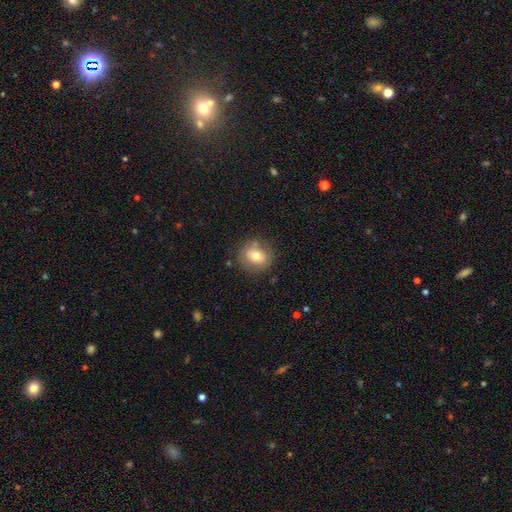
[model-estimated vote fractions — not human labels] smooth_or_featured: smooth (p=0.69) [alt: featured or disk p=0.21]
how_rounded: round (p=0.74) [alt: in between p=0.25]
merging: none (p=0.79) [alt: minor disturbance p=0.14]